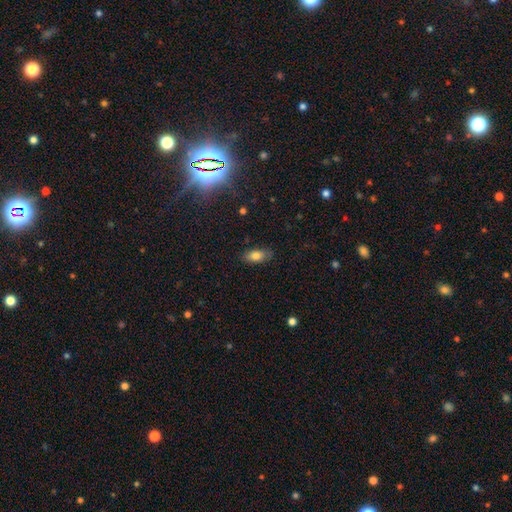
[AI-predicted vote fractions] This is likely a smooth galaxy (79%). How rounded: clearly in between (86%). Merging: clearly none (83%).